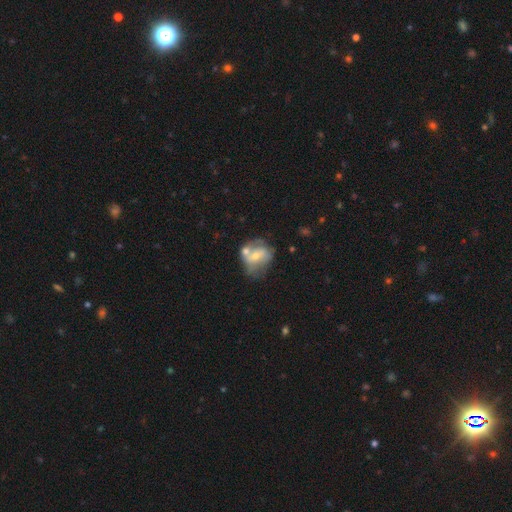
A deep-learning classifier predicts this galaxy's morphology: Smooth or featured?
  - featured or disk: 51% *
  - smooth: 40%
  - star or artifact: 9%
Edge-on disk?
  - no: 96% *
  - yes: 4%
Merging?
  - merger: 39% *
  - none: 28%
  - minor disturbance: 19%
  - major disturbance: 14%